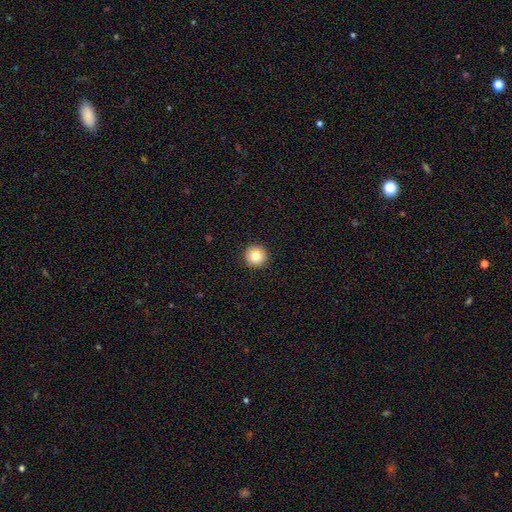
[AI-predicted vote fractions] Smooth or featured? Predicted: smooth (p=0.79). How rounded? Predicted: round (p=0.95). Merging? Predicted: none (p=0.91).